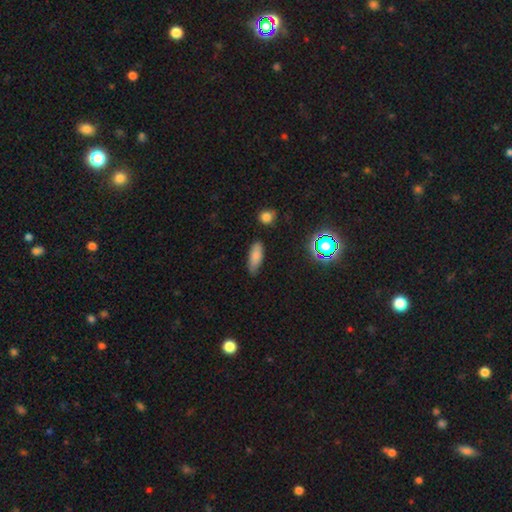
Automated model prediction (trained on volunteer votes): Smooth or featured?
  - smooth: 78% *
  - featured or disk: 11%
  - star or artifact: 11%
How rounded?
  - in between: 71% *
  - cigar-shaped: 26%
  - round: 3%
Merging?
  - none: 77% *
  - minor disturbance: 18%
  - major disturbance: 3%
  - merger: 2%